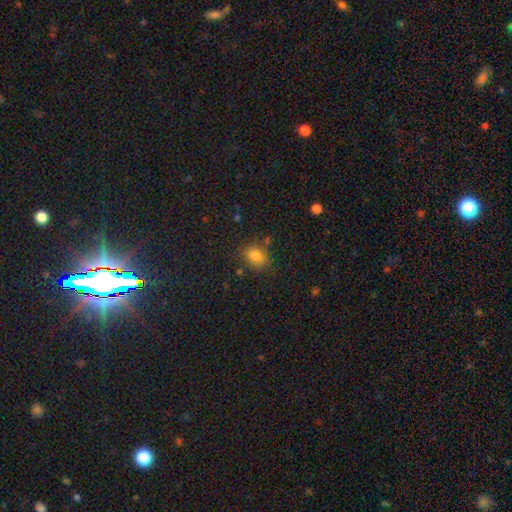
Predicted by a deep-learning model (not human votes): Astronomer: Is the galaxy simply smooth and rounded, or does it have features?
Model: smooth — 81%.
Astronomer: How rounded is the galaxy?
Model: in between — 63%.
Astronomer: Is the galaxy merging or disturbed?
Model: none — 74%.